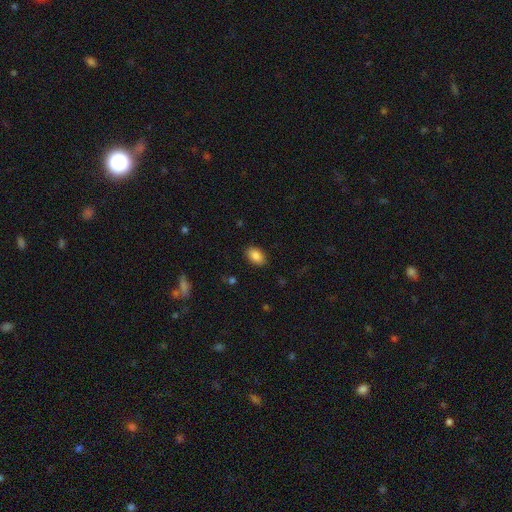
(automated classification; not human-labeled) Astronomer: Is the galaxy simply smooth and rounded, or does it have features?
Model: smooth — 87%.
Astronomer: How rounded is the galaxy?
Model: in between — 89%.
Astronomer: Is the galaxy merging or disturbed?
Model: none — 88%.